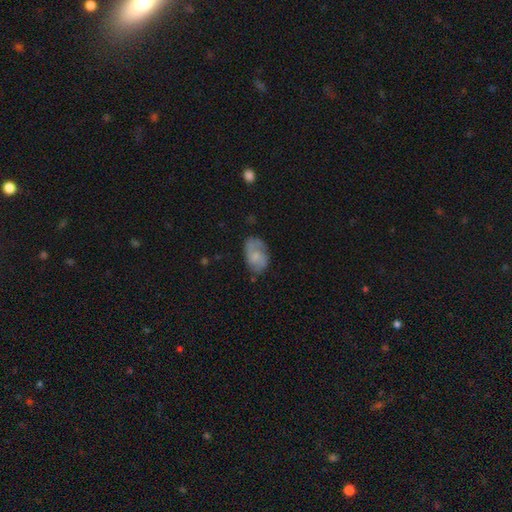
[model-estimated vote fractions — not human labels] A smooth galaxy with no disk features (48%). Merging: none (63%).